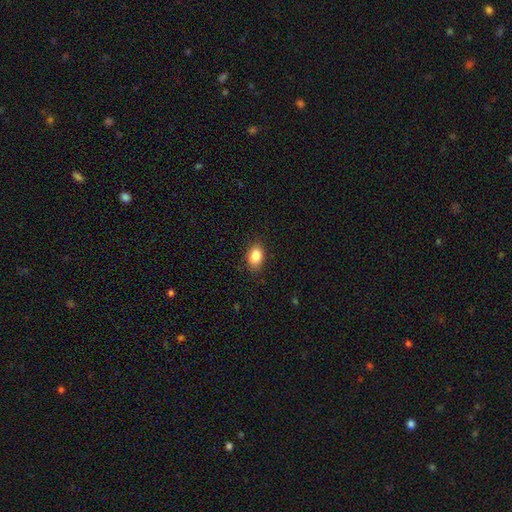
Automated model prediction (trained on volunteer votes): Smooth or featured? Predicted: smooth (p=0.86). How rounded? Predicted: in between (p=0.82). Merging? Predicted: none (p=0.84).